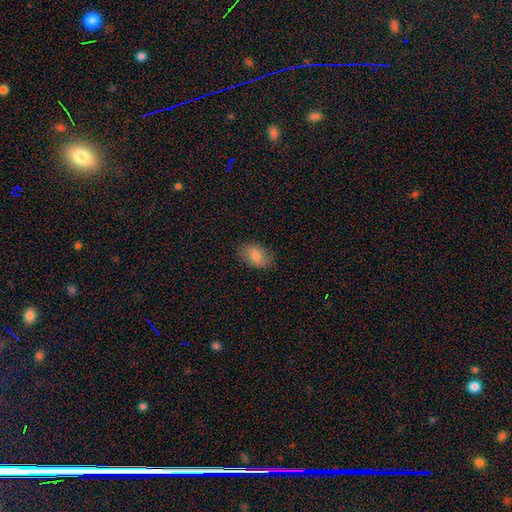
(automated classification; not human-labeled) Smooth or featured: smooth — 79% (featured or disk — 14%)
How rounded: in between — 89% (round — 9%)
Merging: none — 82% (minor disturbance — 14%)